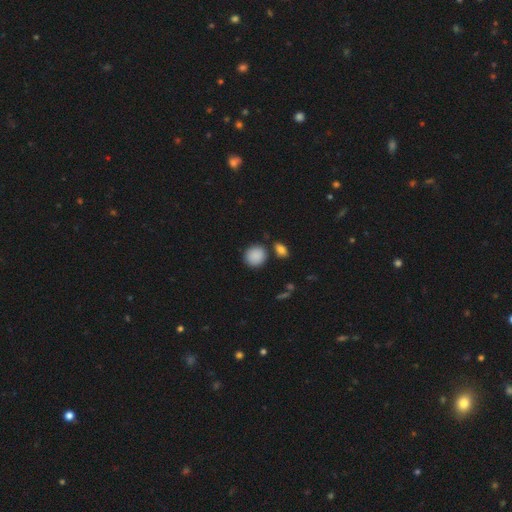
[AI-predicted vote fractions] A smooth galaxy with no disk features (89%) that is round (81%).

Vote fractions:
- Smooth or featured? smooth: 89% / star or artifact: 7% / featured or disk: 3%
- How rounded? round: 81% / in between: 17% / cigar-shaped: 1%
- Merging? none: 80% / minor disturbance: 10% / merger: 7% / major disturbance: 3%